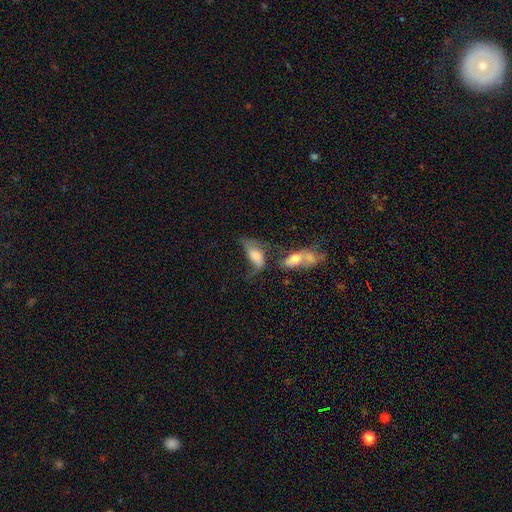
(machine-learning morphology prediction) type=smooth (53%); roundness=in between (82%); merging=merger (36%).